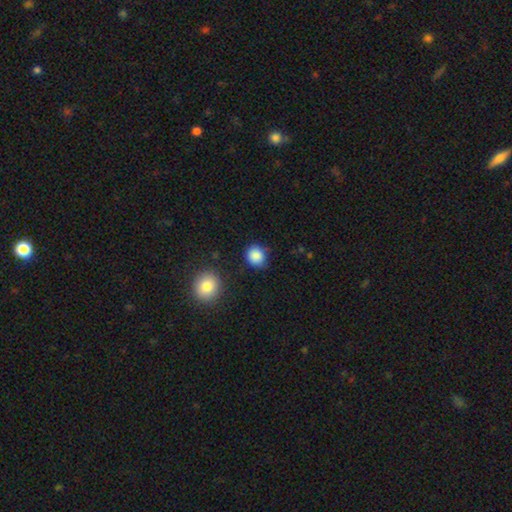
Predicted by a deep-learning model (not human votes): This appears to be a smooth galaxy with no disk features (87%) that is round (77%). Merging: none (79%).